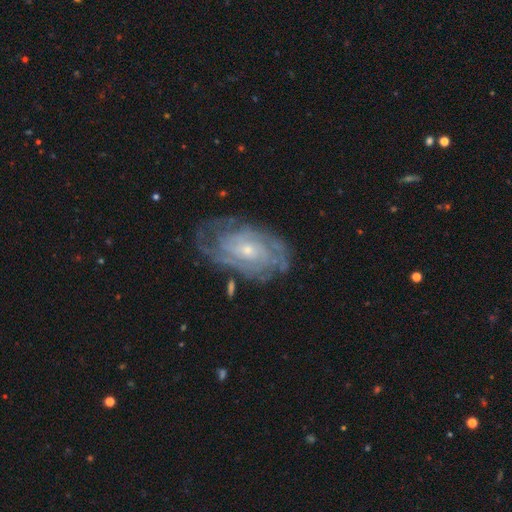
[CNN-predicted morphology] type=featured or disk (77%); edge-on=no (95%); bar=no (62%); spiral arms=yes (92%); winding=tight (73%); arm count=can't tell (47%); bulge=small (63%); merging=none (77%).